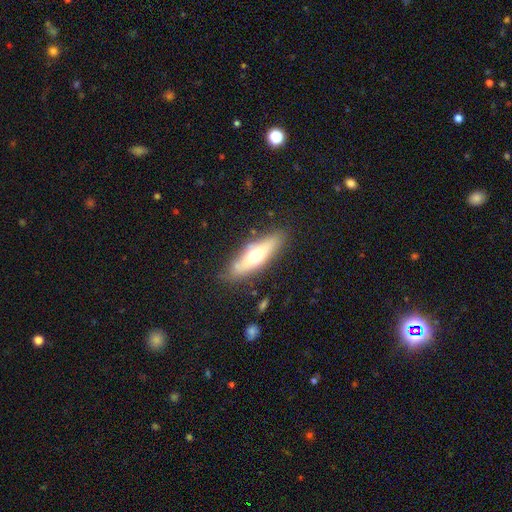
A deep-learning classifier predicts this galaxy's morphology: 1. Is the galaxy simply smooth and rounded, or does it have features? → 49% smooth, 44% featured or disk, 6% star or artifact.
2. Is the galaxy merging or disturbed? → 80% none, 14% minor disturbance, 4% major disturbance, 3% merger.